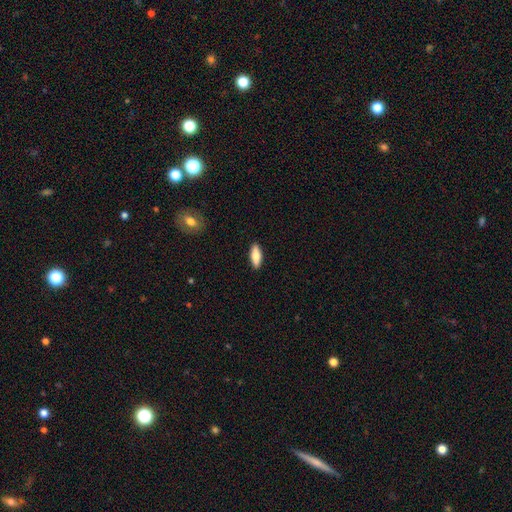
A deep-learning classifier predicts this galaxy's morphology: smooth 76%, featured or disk 18%, star or artifact 6%. Down the decision tree: how rounded — in between (66%); merging — none (90%).